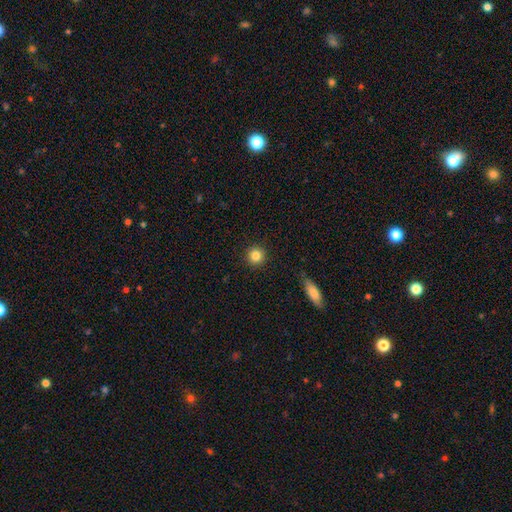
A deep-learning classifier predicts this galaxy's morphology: Smooth or featured? smooth (85%)
How rounded? round (94%)
Merging? none (91%)